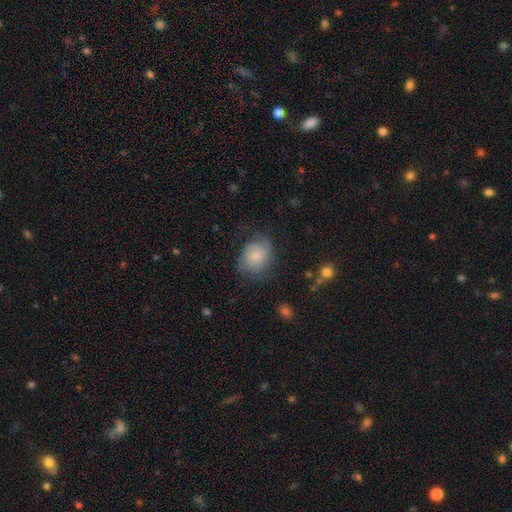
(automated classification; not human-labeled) The model was most divided on "how rounded": in between: 50%, round: 48%, cigar-shaped: 1%. More confident: merging — none (61%); smooth or featured — smooth (55%).